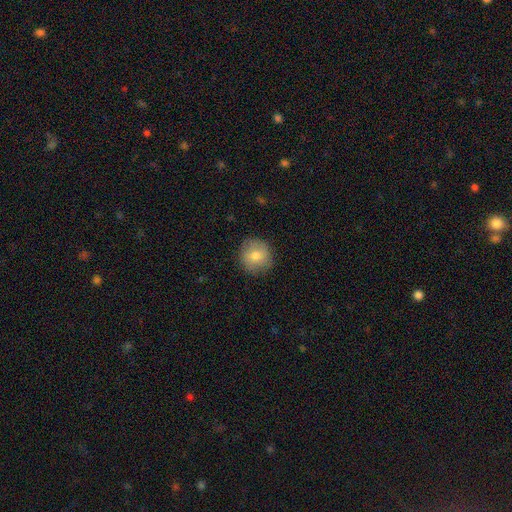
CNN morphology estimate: A smooth galaxy with no disk features (76%) that is round (91%). Merging: none (85%).